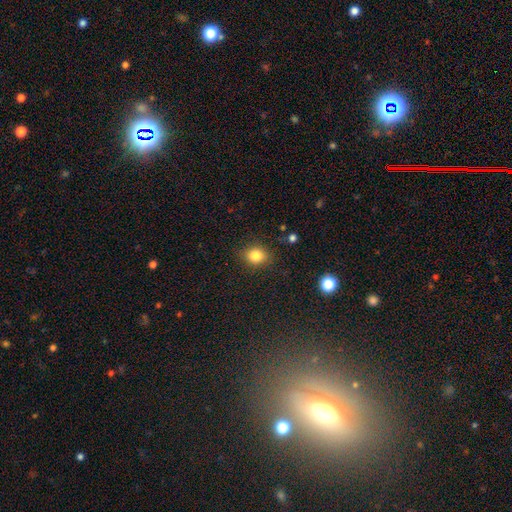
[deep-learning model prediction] A smooth galaxy with no disk features (83%) that is round (63%). Merging: none (85%).